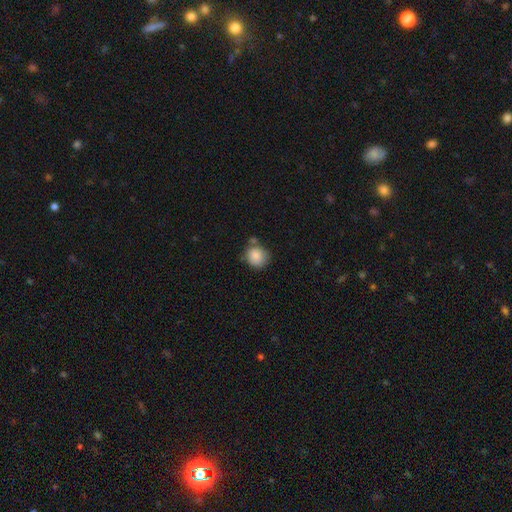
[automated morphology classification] smooth_or_featured: smooth (p=0.85) [alt: star or artifact p=0.08]
how_rounded: round (p=0.85) [alt: in between p=0.14]
merging: none (p=0.64) [alt: minor disturbance p=0.19]